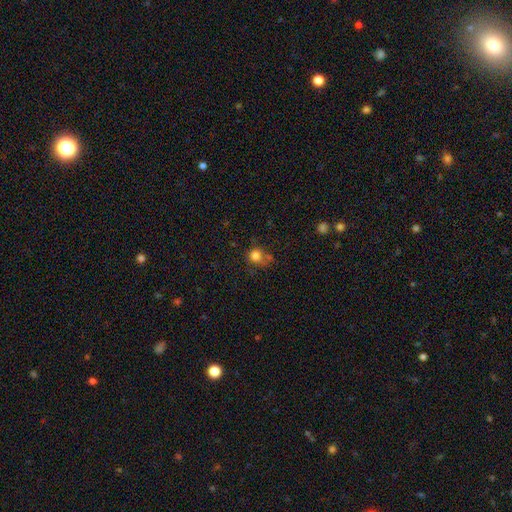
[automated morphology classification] Smooth or featured? smooth (80%)
How rounded? round (84%)
Merging? none (57%)